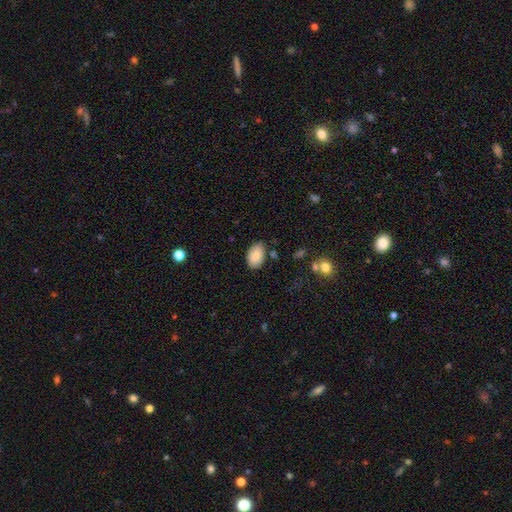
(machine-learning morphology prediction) This is clearly a smooth galaxy (84%). How rounded: clearly in between (91%). Merging: likely none (79%).